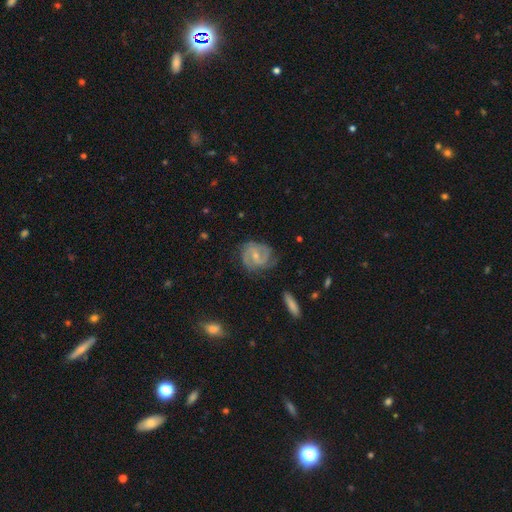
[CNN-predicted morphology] Overall: featured or disk (81%). Edge-on disk: no (97%). Bar: weak (50%; no 35%). Spiral arms: yes (95%). Spiral arm count: 2 (62%). Spiral winding: medium (45%; tight 41%). Bulge size: small (55%; moderate 40%). Merging: none (68%).